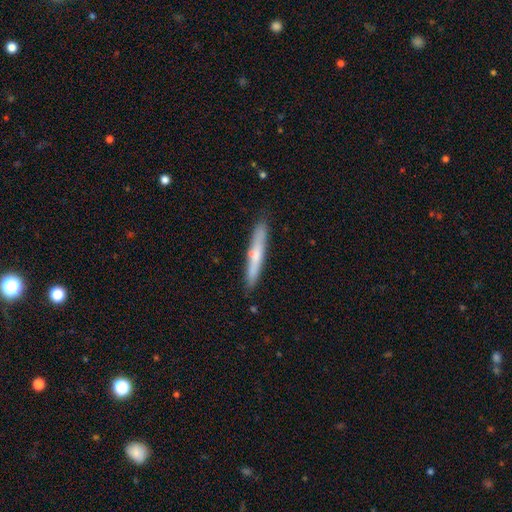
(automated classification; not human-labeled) smooth_or_featured: smooth (p=0.56) [alt: featured or disk p=0.38]
how_rounded: cigar-shaped (p=0.95) [alt: in between p=0.04]
merging: none (p=0.83) [alt: minor disturbance p=0.12]